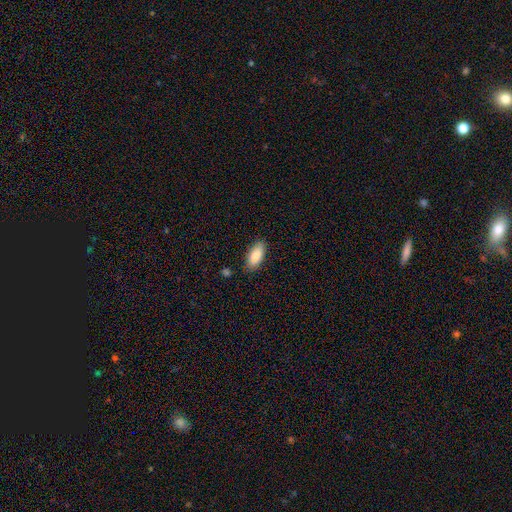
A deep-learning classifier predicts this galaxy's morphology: This appears to be a smooth galaxy with no disk features (88%) that is in between round and cigar-shaped (86%). Merging: none (85%).